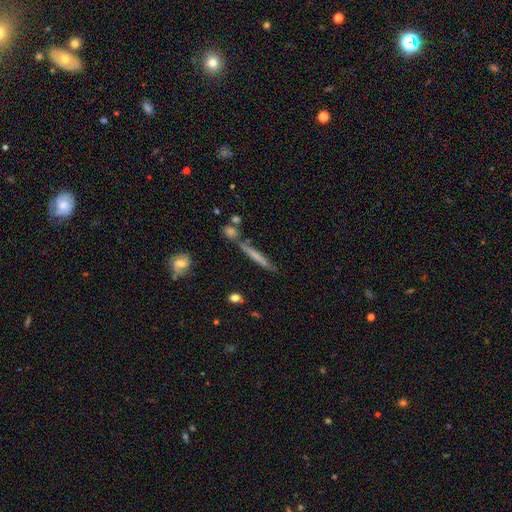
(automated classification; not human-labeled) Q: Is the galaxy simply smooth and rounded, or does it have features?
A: smooth — 49%.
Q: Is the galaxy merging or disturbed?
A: none — 75%.